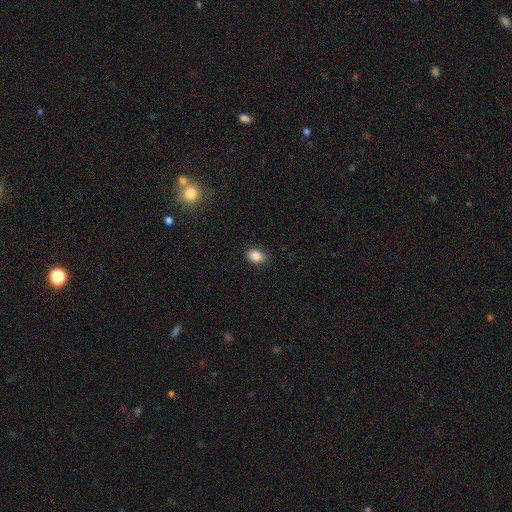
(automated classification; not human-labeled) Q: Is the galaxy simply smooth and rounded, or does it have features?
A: smooth — 86%.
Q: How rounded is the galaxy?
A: in between — 70%.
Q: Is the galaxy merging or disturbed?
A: none — 86%.